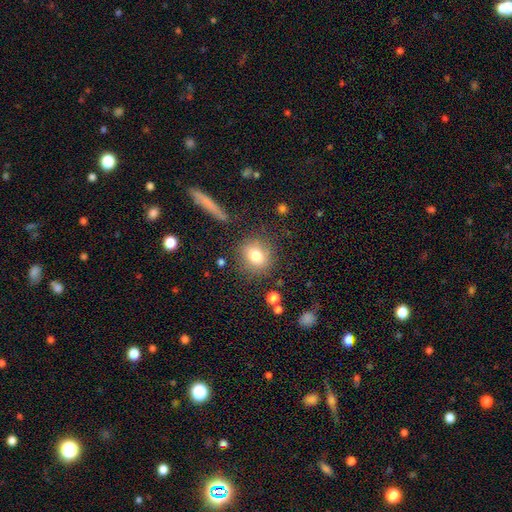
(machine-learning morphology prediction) The model was most divided on "how rounded": round: 79%, in between: 20%, cigar-shaped: 2%. More confident: merging — none (81%); smooth or featured — smooth (79%).